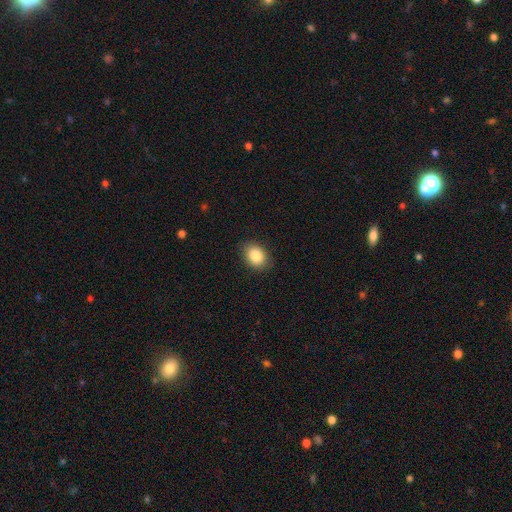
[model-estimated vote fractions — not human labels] smooth-or-featured: smooth: 86% | star or artifact: 8% | featured or disk: 5%
  how-rounded: in between: 64% | round: 35% | cigar-shaped: 1%
  merging: none: 87% | minor disturbance: 9% | major disturbance: 2% | merger: 1%